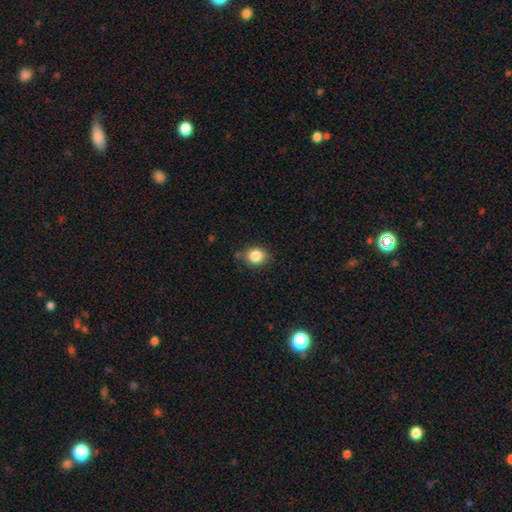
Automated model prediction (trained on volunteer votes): This is clearly a smooth galaxy (85%). How rounded: likely round (70%). Merging: clearly none (80%).